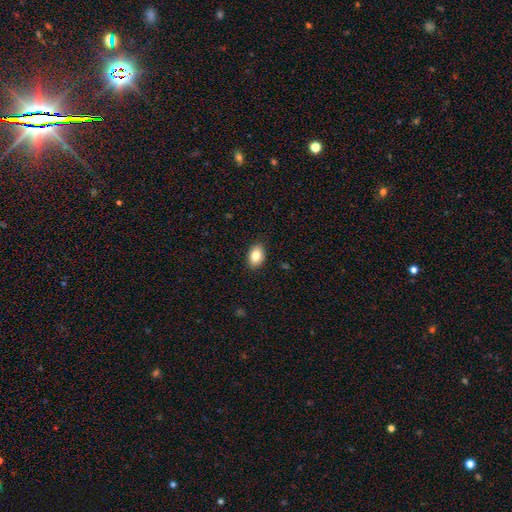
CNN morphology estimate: Smooth or featured: smooth — 83% (featured or disk — 9%)
How rounded: in between — 87% (round — 12%)
Merging: none — 88% (minor disturbance — 9%)